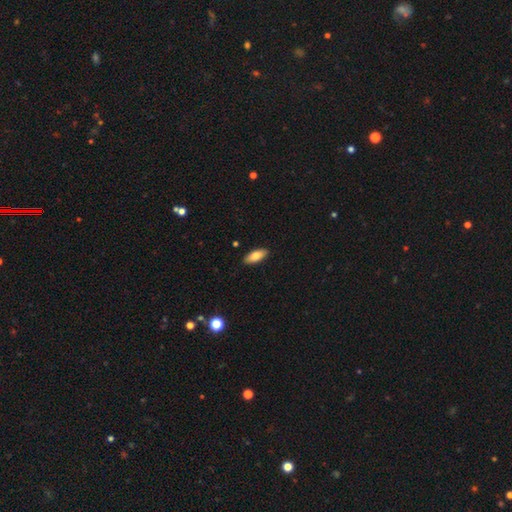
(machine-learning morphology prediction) Smooth or featured? smooth (81%)
How rounded? in between (81%)
Merging? none (89%)